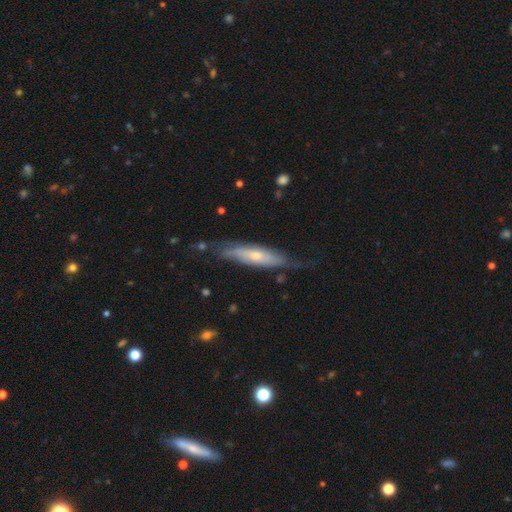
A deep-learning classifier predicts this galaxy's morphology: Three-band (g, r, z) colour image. It shows a featured or disk galaxy (62%) viewed edge-on (51%). Merging: none (60%).